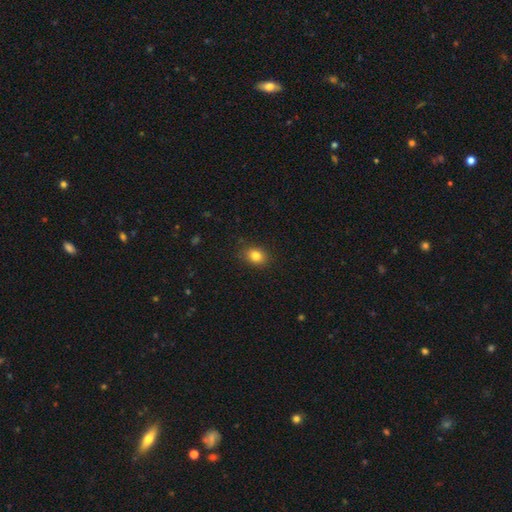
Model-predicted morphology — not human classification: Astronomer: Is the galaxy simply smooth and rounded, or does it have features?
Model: smooth — 83%.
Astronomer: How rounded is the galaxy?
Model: in between — 61% (runner-up: round, 38%).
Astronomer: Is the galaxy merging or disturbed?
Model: none — 84%.